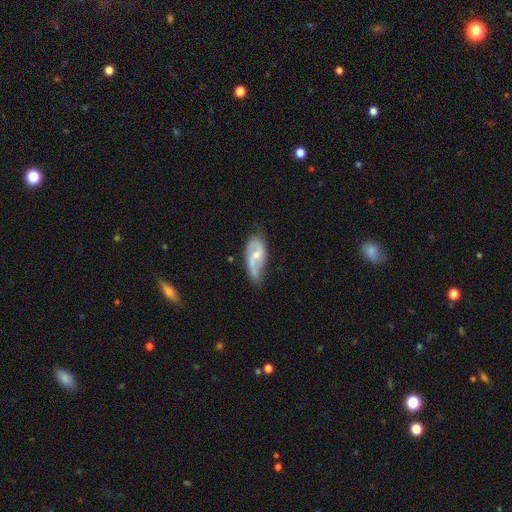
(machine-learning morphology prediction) This is likely a featured or disk galaxy (70%). It is clearly not viewed edge-on (94%). Bar: possibly weak (46%). Spiral arm pattern: clearly yes (89%). Spiral arm count: likely 2 (76%). Spiral winding: possibly loose (52%). Central bulge: possibly small (54%). Merging: possibly none (51%).